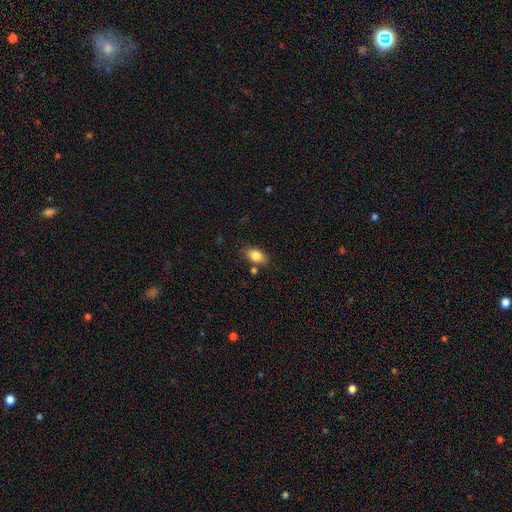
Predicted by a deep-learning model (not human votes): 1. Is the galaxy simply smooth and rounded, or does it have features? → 84% smooth, 8% star or artifact, 8% featured or disk.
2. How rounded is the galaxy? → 88% in between, 9% round, 3% cigar-shaped.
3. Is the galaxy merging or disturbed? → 76% none, 14% minor disturbance, 7% merger, 3% major disturbance.